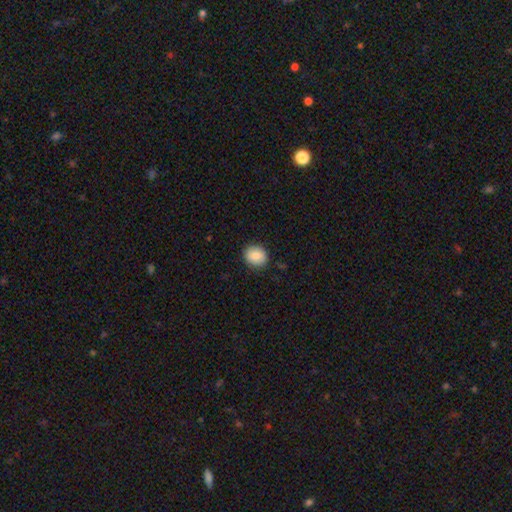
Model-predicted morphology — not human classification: A smooth galaxy with no disk features (86%) that is round (75%).

Vote fractions:
- Smooth or featured? smooth: 86% / star or artifact: 8% / featured or disk: 7%
- How rounded? round: 75% / in between: 24% / cigar-shaped: 1%
- Merging? none: 88% / minor disturbance: 9% / major disturbance: 2% / merger: 1%